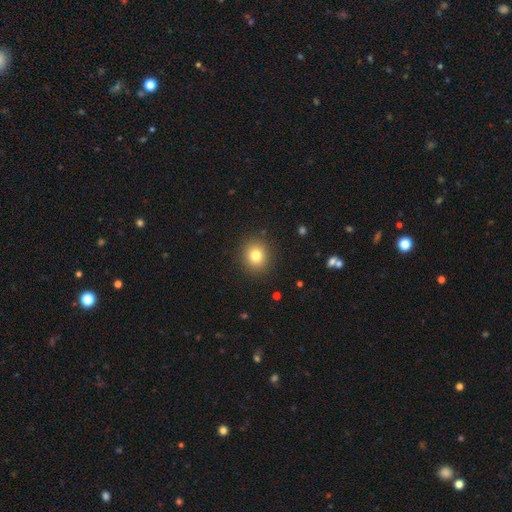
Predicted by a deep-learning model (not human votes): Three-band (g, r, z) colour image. It shows a smooth galaxy with no disk features (80%) that is round (80%). Merging: none (90%).